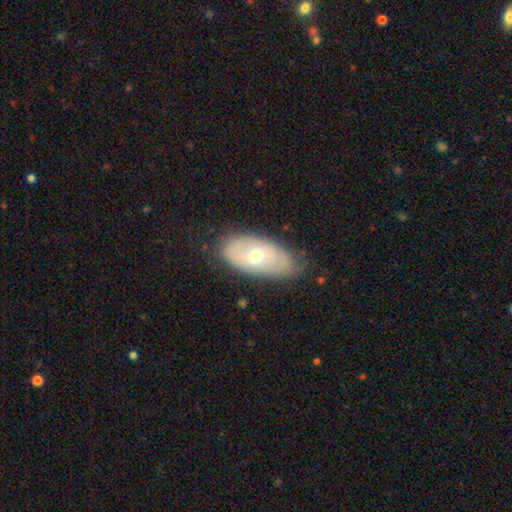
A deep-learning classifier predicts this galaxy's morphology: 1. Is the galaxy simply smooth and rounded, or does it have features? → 47% smooth (tied), 47% featured or disk (tied), 7% star or artifact.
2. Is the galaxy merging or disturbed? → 68% none, 25% minor disturbance, 6% major disturbance, 1% merger.